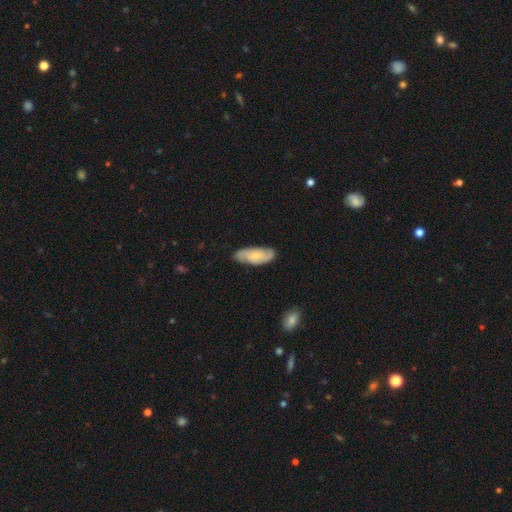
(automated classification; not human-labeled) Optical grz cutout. It shows a featured or disk galaxy (62%) with no bar (66%), 2 (77%) medium (43%) spiral arms (92%) and a small central bulge (63%). Merging: none (77%).